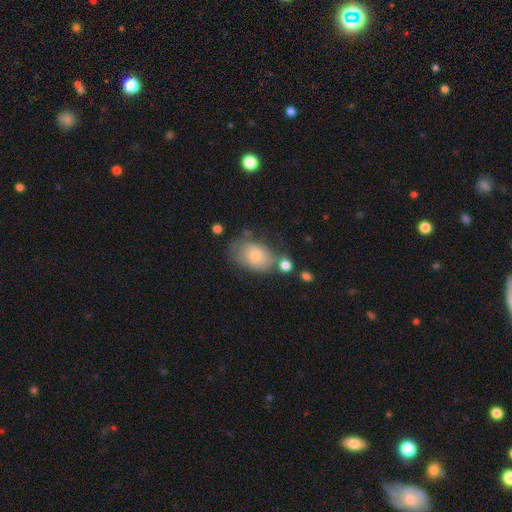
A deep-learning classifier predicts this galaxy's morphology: Smooth or featured: smooth — 74% (featured or disk — 18%)
How rounded: in between — 80% (round — 18%)
Merging: none — 50% (minor disturbance — 27%)